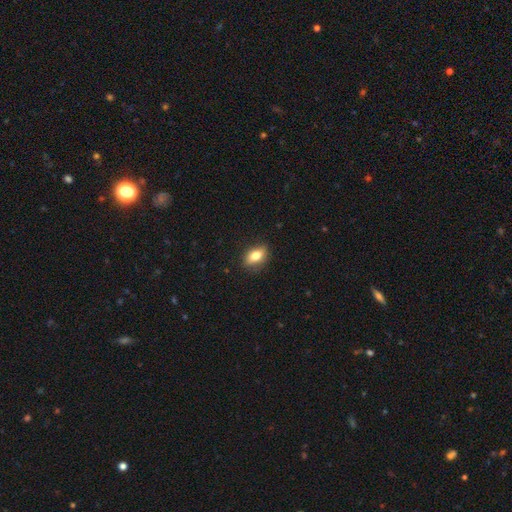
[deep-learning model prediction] Smooth or featured?
  - smooth: 74% *
  - featured or disk: 18%
  - star or artifact: 8%
How rounded?
  - in between: 80% *
  - round: 14%
  - cigar-shaped: 6%
Merging?
  - none: 84% *
  - minor disturbance: 12%
  - major disturbance: 2%
  - merger: 1%